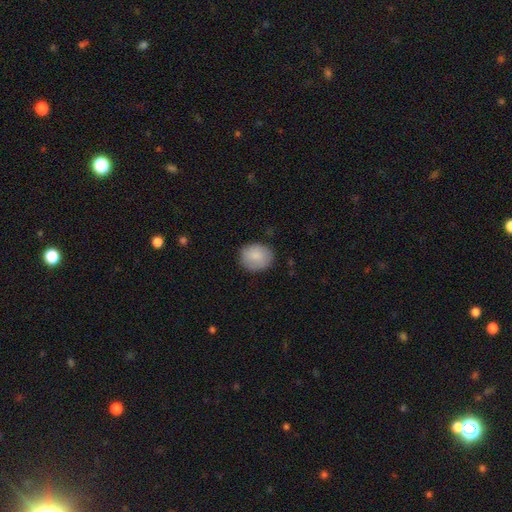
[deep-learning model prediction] Smooth or featured? smooth (85%)
How rounded? round (72%)
Merging? none (83%)